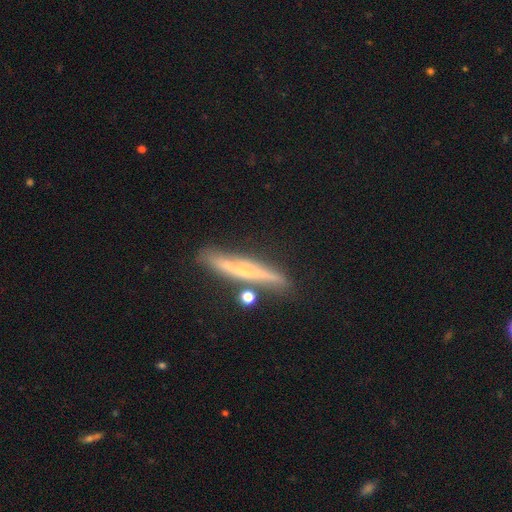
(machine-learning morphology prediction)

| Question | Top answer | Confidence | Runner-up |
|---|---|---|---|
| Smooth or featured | featured or disk | 55% | smooth (34%) |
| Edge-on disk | yes | 91% | no (9%) |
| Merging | none | 77% | minor disturbance (14%) |